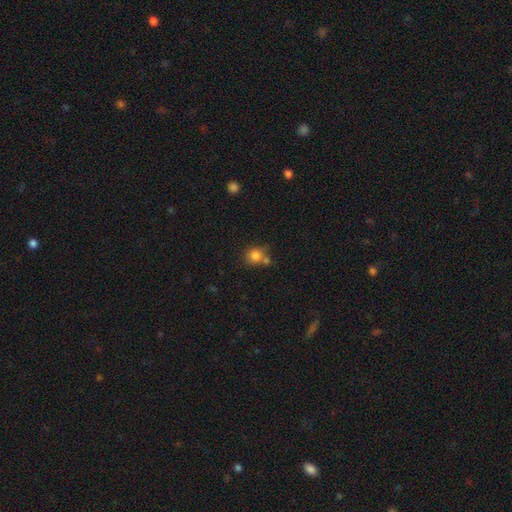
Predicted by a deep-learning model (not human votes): Smooth or featured?
  - smooth: 81% *
  - star or artifact: 11%
  - featured or disk: 8%
How rounded?
  - round: 83% *
  - in between: 16%
  - cigar-shaped: 1%
Merging?
  - none: 57% *
  - merger: 24%
  - minor disturbance: 14%
  - major disturbance: 4%